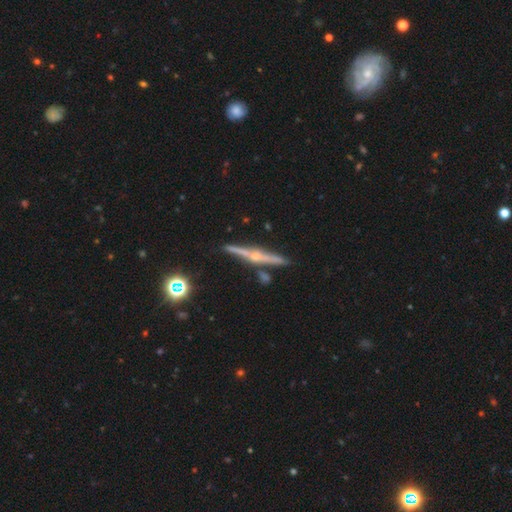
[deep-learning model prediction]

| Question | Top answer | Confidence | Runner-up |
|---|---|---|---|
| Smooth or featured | featured or disk | 82% | smooth (11%) |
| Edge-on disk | yes | 98% | no (2%) |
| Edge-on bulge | rounded | 82% | none (11%) |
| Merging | none | 85% | minor disturbance (9%) |